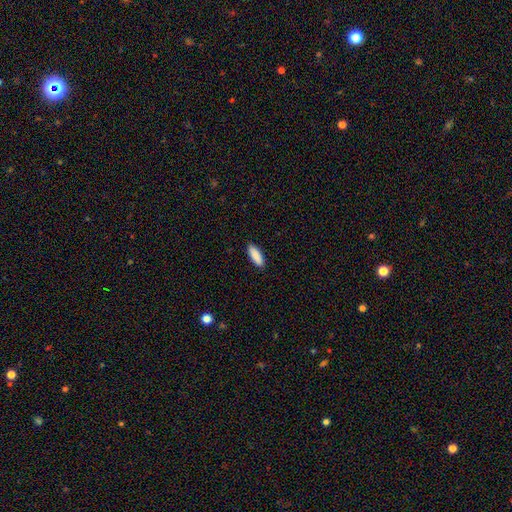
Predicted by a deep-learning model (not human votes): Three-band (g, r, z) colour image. It shows a smooth galaxy with no disk features (90%) that is in between round and cigar-shaped (61%). Merging: none (90%).